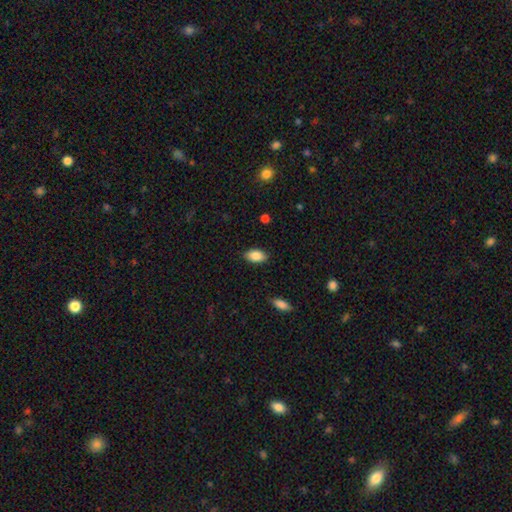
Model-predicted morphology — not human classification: smooth-or-featured: smooth: 87% | star or artifact: 7% | featured or disk: 6%
  how-rounded: in between: 92% | round: 5% | cigar-shaped: 3%
  merging: none: 86% | minor disturbance: 10% | major disturbance: 2% | merger: 1%